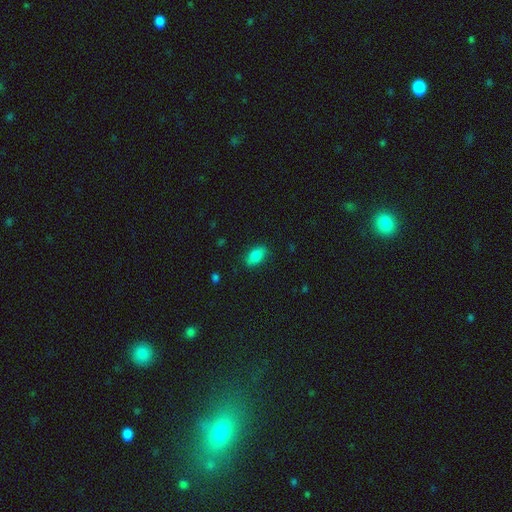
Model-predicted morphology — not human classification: Smooth or featured? Predicted: smooth (p=0.84). How rounded? Predicted: in between (p=0.91). Merging? Predicted: none (p=0.84).